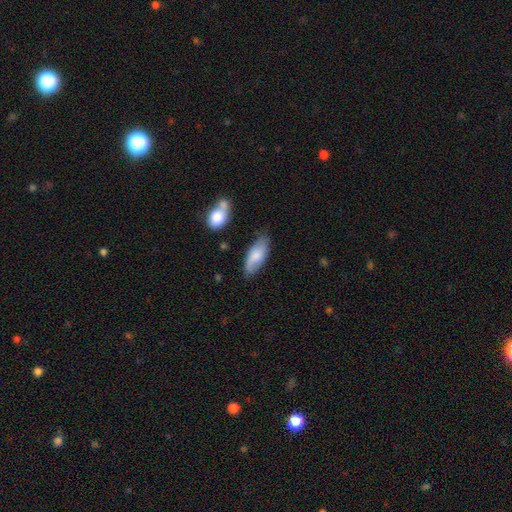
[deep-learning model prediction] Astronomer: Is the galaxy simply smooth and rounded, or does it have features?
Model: smooth — 70%.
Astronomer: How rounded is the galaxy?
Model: in between — 81%.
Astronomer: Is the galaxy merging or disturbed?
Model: none — 69%.